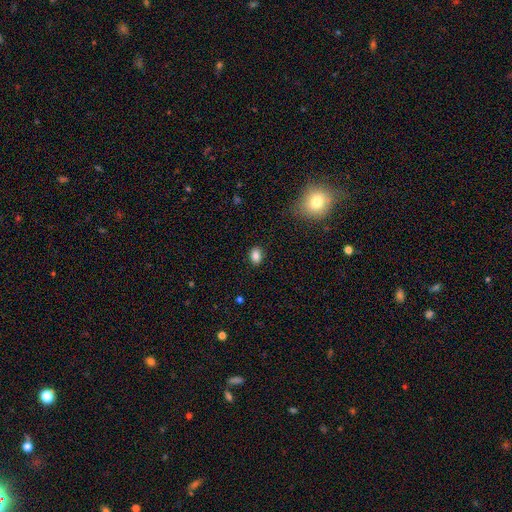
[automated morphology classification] Overall: smooth (84%). How rounded: in between (68%; round 31%). Merging: none (88%).